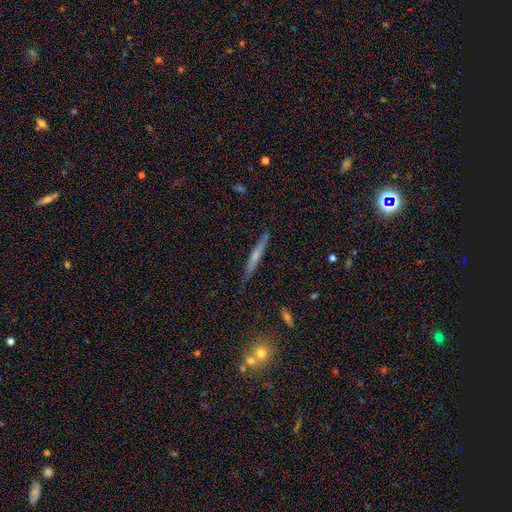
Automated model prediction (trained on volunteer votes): Smooth or featured? Predicted: featured or disk (p=0.50). Merging? Predicted: none (p=0.82).